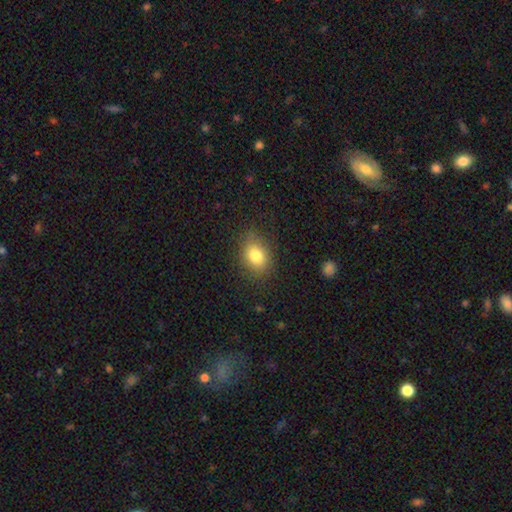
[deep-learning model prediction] This is clearly a smooth galaxy (81%). How rounded: likely in between (62%). Merging: clearly none (83%).